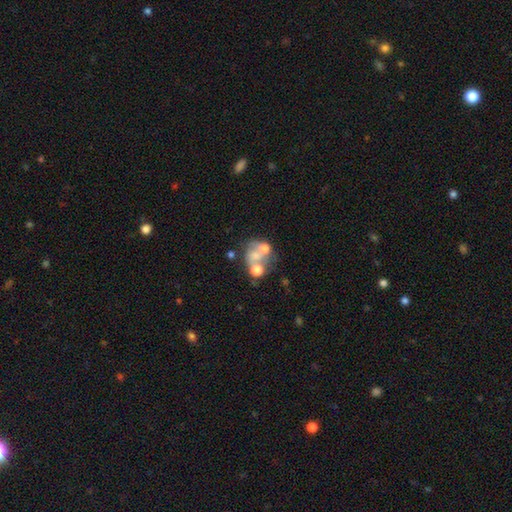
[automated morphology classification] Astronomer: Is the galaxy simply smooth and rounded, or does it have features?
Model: smooth — 48% (runner-up: featured or disk, 38%).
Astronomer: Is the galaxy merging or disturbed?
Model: merger — 53%.